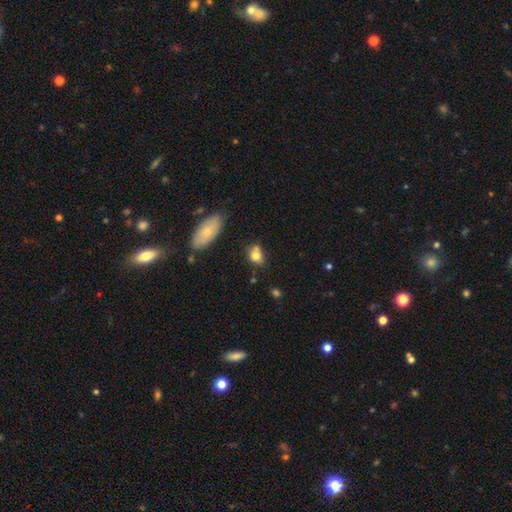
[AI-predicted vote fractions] smooth 77%, featured or disk 12%, star or artifact 10%. Down the decision tree: how rounded — in between (57%); merging — none (53%).